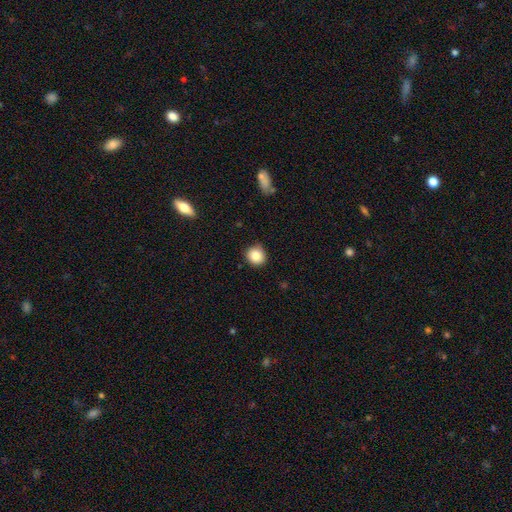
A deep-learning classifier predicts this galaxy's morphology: Smooth or featured?
  - smooth: 86% *
  - star or artifact: 10%
  - featured or disk: 5%
How rounded?
  - round: 90% *
  - in between: 9%
  - cigar-shaped: 1%
Merging?
  - none: 86% *
  - minor disturbance: 11%
  - major disturbance: 2%
  - merger: 1%